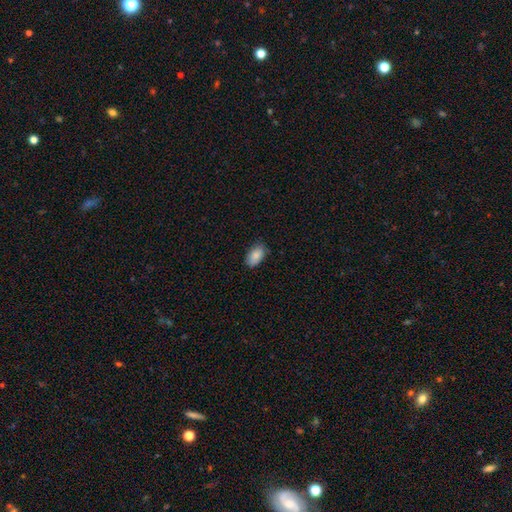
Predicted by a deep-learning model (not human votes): Overall: smooth (86%). How rounded: in between (93%). Merging: none (79%).